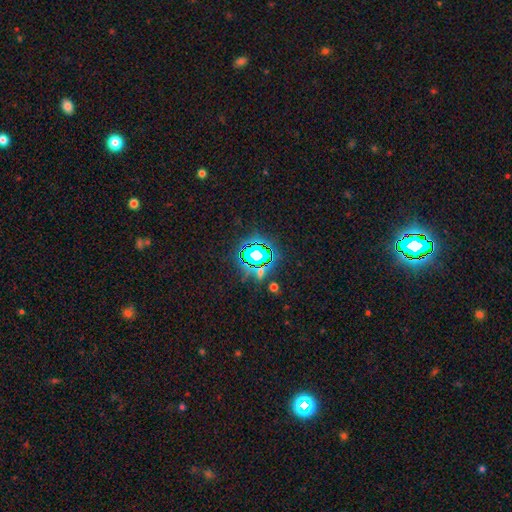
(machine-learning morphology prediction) smooth-or-featured: star or artifact: 71% | smooth: 18% | featured or disk: 11%